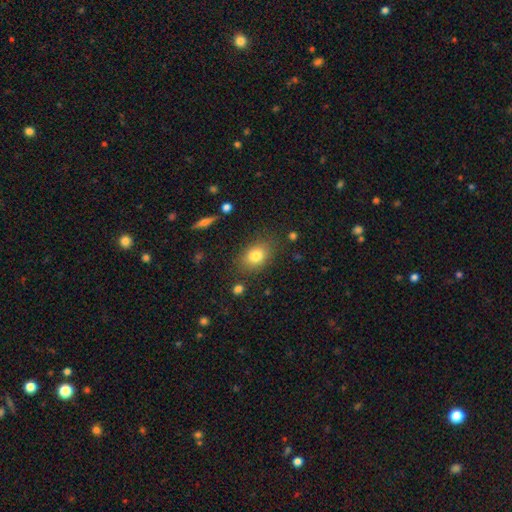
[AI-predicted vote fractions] Smooth or featured? smooth (80%)
How rounded? in between (72%)
Merging? none (80%)